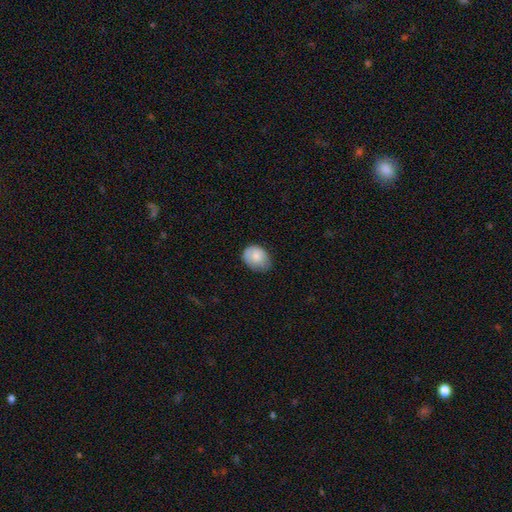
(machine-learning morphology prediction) Smooth or featured? Predicted: smooth (p=0.80). How rounded? Predicted: in between (p=0.60). Merging? Predicted: none (p=0.62).